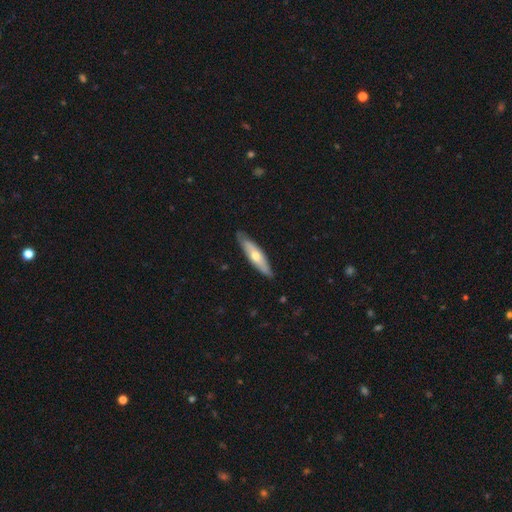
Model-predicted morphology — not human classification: smooth_or_featured: smooth (p=0.49) [alt: featured or disk p=0.46]
merging: none (p=0.83) [alt: minor disturbance p=0.14]